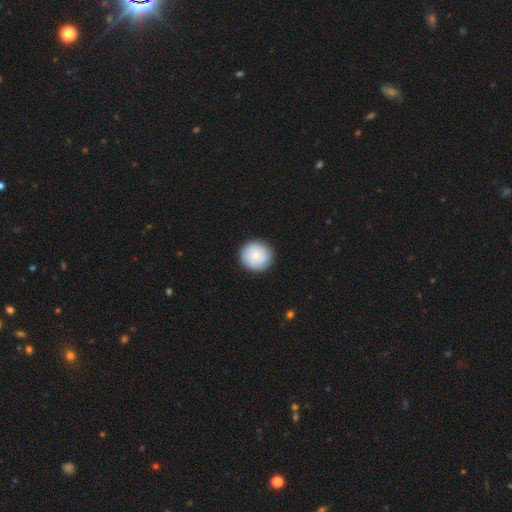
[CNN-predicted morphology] smooth 83%, featured or disk 11%, star or artifact 6%. Down the decision tree: how rounded — round (94%); merging — none (91%).